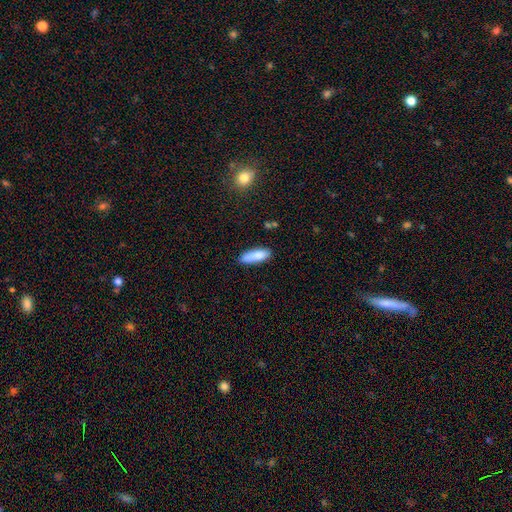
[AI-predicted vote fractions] Smooth or featured?
  - smooth: 85% *
  - featured or disk: 8%
  - star or artifact: 7%
How rounded?
  - cigar-shaped: 54% *
  - in between: 45%
  - round: 2%
Merging?
  - none: 78% *
  - minor disturbance: 16%
  - major disturbance: 3%
  - merger: 3%